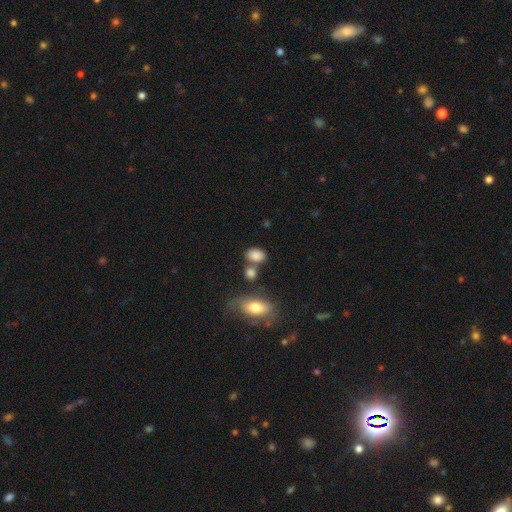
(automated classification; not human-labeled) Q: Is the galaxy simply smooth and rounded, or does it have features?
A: smooth — 84%.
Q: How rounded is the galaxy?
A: in between — 81%.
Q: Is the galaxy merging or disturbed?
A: none — 56%.